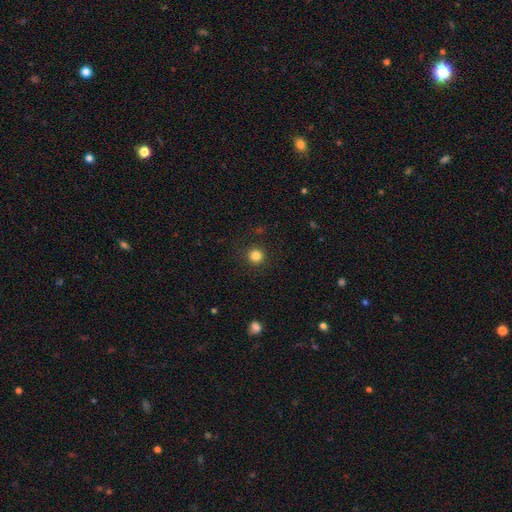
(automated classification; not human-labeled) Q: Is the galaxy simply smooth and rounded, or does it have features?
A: smooth — 83%.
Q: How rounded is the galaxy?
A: round — 95%.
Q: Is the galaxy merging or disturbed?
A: none — 92%.